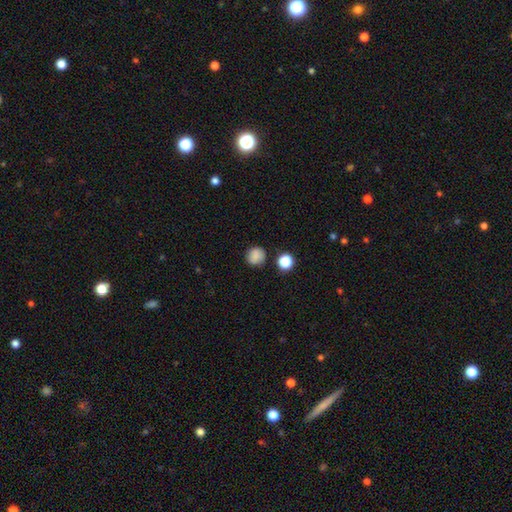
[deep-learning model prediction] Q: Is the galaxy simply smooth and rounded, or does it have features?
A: smooth — 84%.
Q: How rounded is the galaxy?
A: round — 88%.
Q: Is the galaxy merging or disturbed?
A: none — 80%.